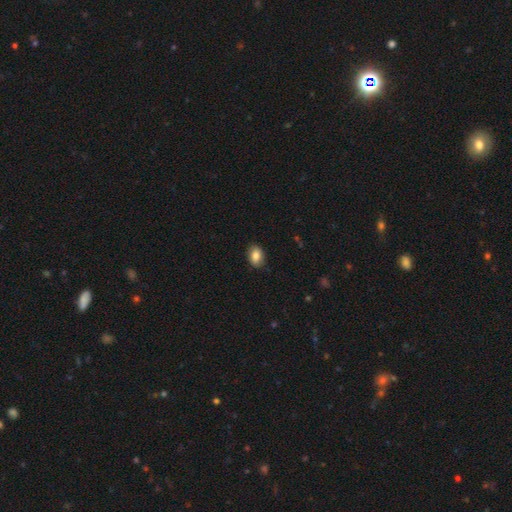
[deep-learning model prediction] A smooth galaxy with no disk features (83%) that is in between round and cigar-shaped (82%).

Vote fractions:
- Smooth or featured? smooth: 83% / featured or disk: 9% / star or artifact: 8%
- How rounded? in between: 82% / round: 16% / cigar-shaped: 1%
- Merging? none: 85% / minor disturbance: 12% / major disturbance: 2% / merger: 1%